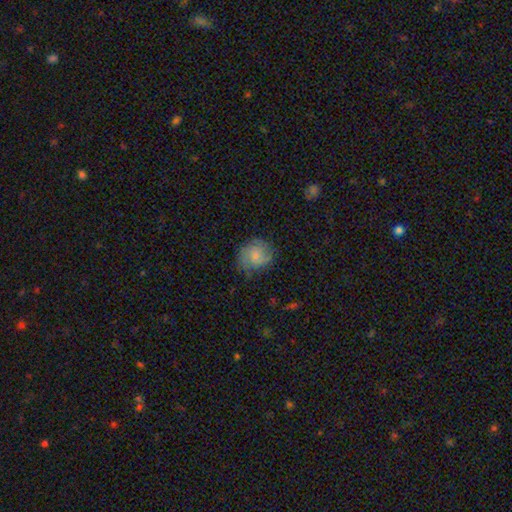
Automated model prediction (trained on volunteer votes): smooth_or_featured: smooth (p=0.59) [alt: featured or disk p=0.32]
how_rounded: round (p=0.75) [alt: in between p=0.24]
merging: none (p=0.65) [alt: minor disturbance p=0.24]